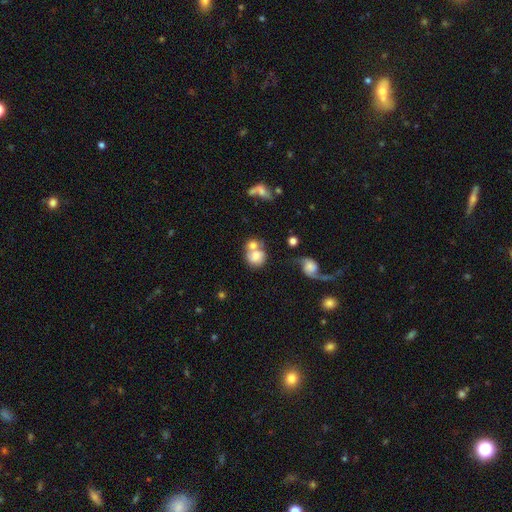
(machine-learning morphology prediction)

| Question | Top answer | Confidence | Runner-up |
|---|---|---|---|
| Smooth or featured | smooth | 68% | featured or disk (23%) |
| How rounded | round | 70% | in between (29%) |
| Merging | merger | 51% | none (30%) |